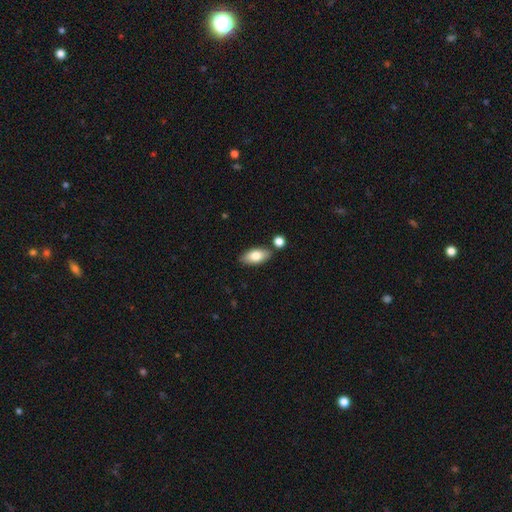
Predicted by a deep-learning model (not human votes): Q: Smooth or featured?
A: smooth (77%); runner-up: featured or disk (16%)
Q: How rounded?
A: in between (89%); runner-up: cigar-shaped (7%)
Q: Merging?
A: none (80%); runner-up: minor disturbance (10%)